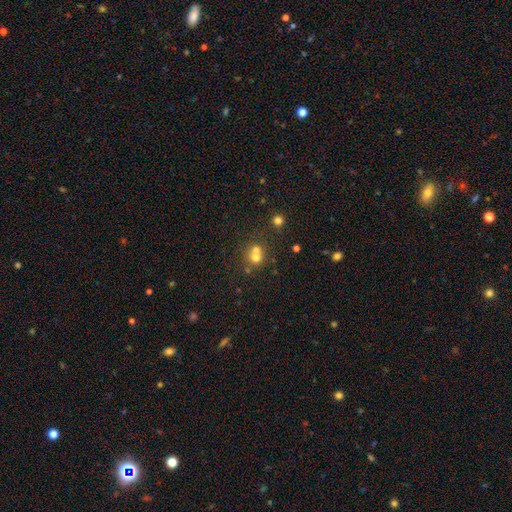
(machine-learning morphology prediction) smooth-or-featured: smooth: 66% | featured or disk: 18% | star or artifact: 17%
  how-rounded: round: 79% | in between: 20% | cigar-shaped: 1%
  merging: merger: 52% | none: 38% | minor disturbance: 7% | major disturbance: 3%